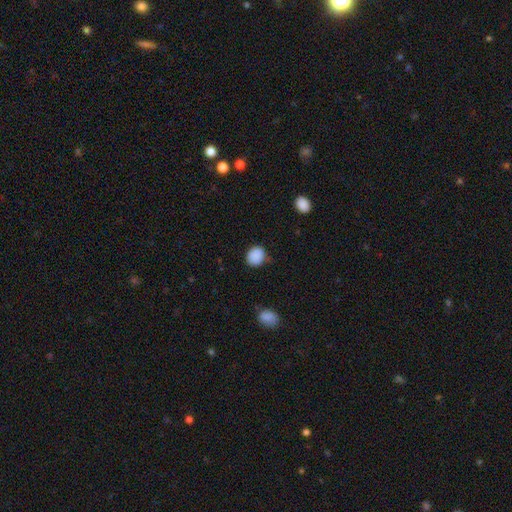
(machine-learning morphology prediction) smooth 89%, star or artifact 9%, featured or disk 3%. Down the decision tree: how rounded — round (69%); merging — none (80%).